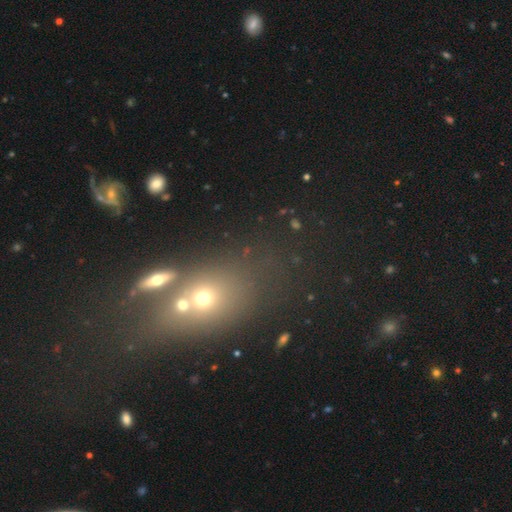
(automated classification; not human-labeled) This is possibly a smooth galaxy (46%). Merging: possibly none (49%).